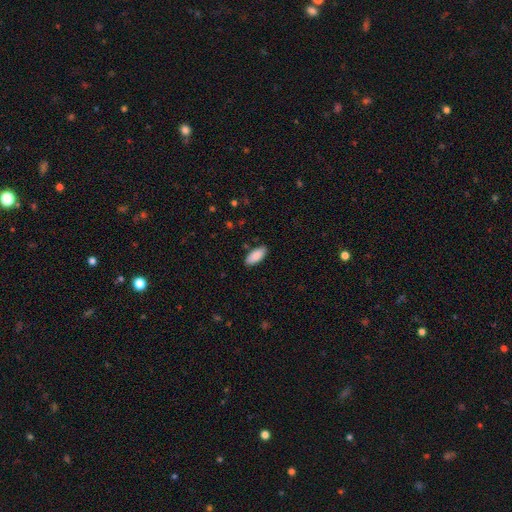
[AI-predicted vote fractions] A smooth galaxy with no disk features (90%) that is in between round and cigar-shaped (89%). Merging: none (87%).